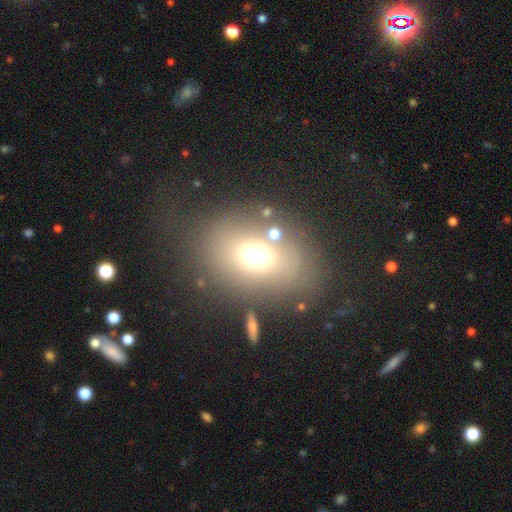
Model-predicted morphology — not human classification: A smooth galaxy with no disk features (65%) that is in between round and cigar-shaped (57%).

Vote fractions:
- Smooth or featured? smooth: 65% / star or artifact: 19% / featured or disk: 16%
- How rounded? in between: 57% / round: 41% / cigar-shaped: 2%
- Merging? none: 71% / minor disturbance: 12% / major disturbance: 9% / merger: 8%